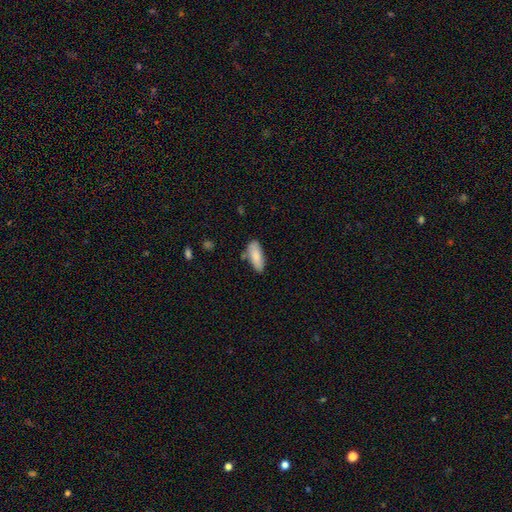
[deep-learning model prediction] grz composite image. It shows a smooth galaxy with no disk features (84%) that is in between round and cigar-shaped (76%). Merging: none (72%).